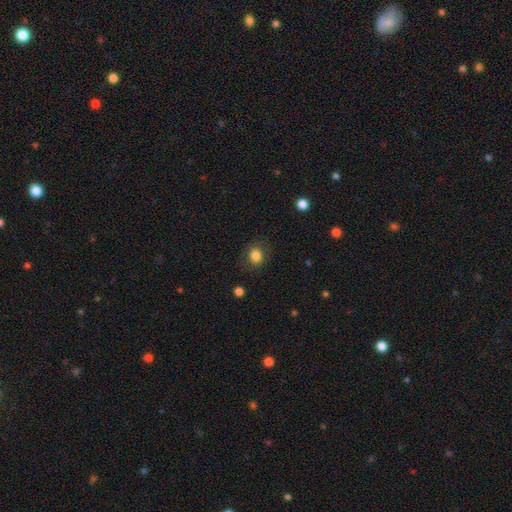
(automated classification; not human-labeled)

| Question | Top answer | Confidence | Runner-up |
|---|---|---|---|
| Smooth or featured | smooth | 84% | star or artifact (10%) |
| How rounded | round | 64% | in between (35%) |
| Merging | none | 81% | minor disturbance (13%) |